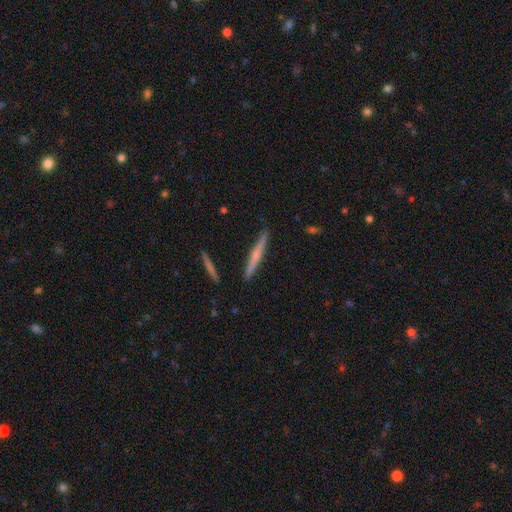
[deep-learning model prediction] Smooth or featured? Predicted: featured or disk (p=0.56). Edge-on disk? Predicted: yes (p=0.98). Edge-on bulge? Predicted: rounded (p=0.50). Merging? Predicted: none (p=0.90).